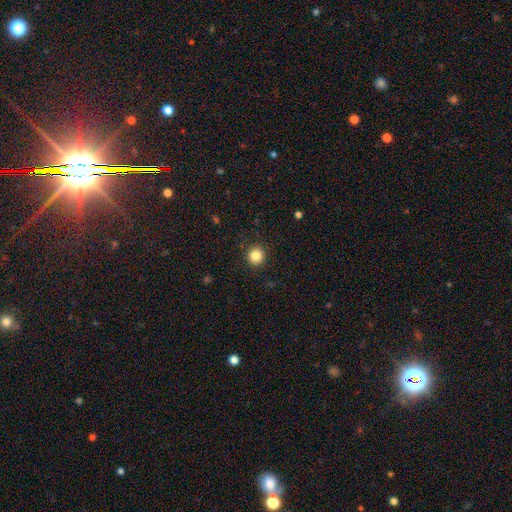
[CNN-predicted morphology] A smooth galaxy with no disk features (85%) that is round (93%). Merging: none (92%).